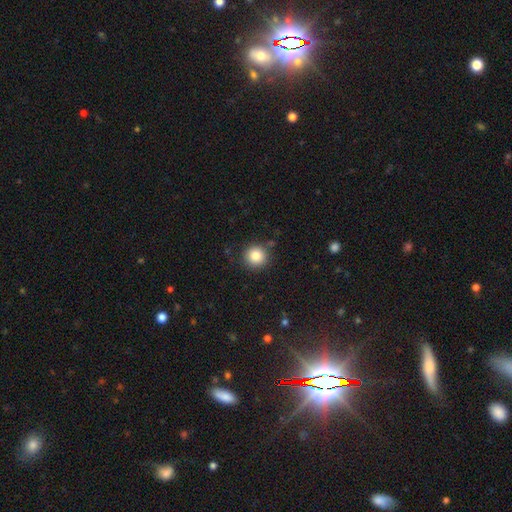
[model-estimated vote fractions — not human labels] smooth 84%, star or artifact 10%, featured or disk 5%. Down the decision tree: how rounded — round (94%); merging — none (87%).